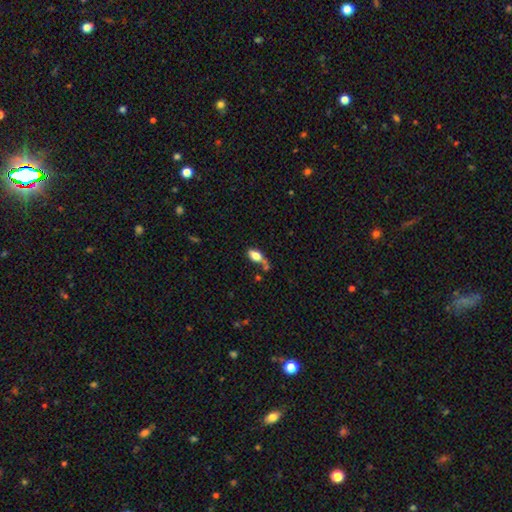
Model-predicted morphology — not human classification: Smooth or featured? Predicted: smooth (p=0.78). How rounded? Predicted: in between (p=0.87). Merging? Predicted: none (p=0.40).